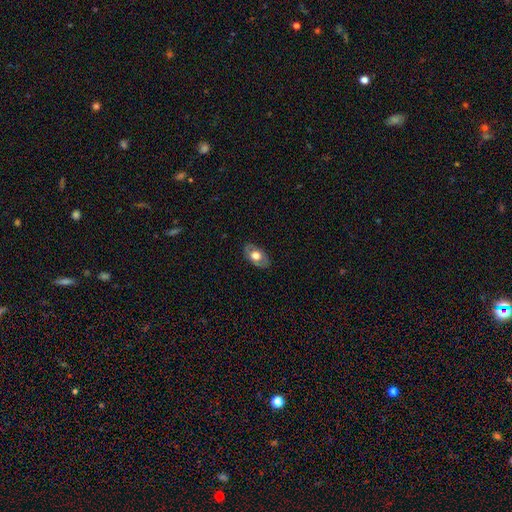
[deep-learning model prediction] smooth 55%, featured or disk 38%, star or artifact 7%. Down the decision tree: how rounded — in between (86%); merging — none (81%).